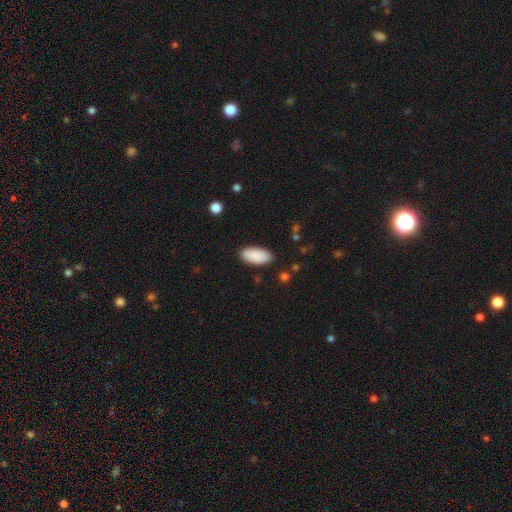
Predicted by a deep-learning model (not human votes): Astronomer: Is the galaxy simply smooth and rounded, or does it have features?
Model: smooth — 90%.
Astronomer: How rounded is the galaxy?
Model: in between — 93%.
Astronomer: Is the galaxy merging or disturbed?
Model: none — 88%.